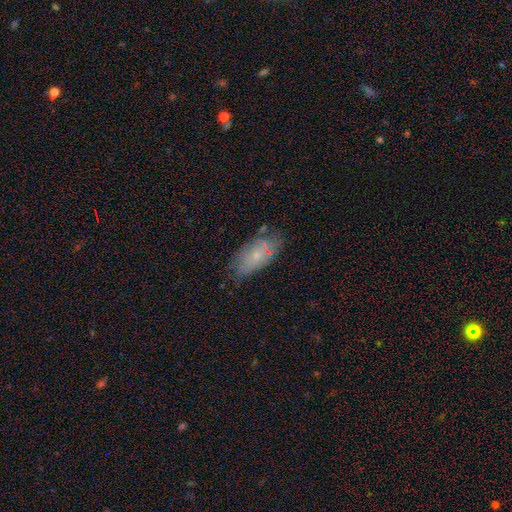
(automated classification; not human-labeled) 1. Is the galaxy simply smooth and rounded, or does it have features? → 56% smooth, 36% featured or disk, 8% star or artifact.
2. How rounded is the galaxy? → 87% in between, 9% cigar-shaped, 4% round.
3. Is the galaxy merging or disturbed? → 61% none, 26% minor disturbance, 8% major disturbance, 5% merger.